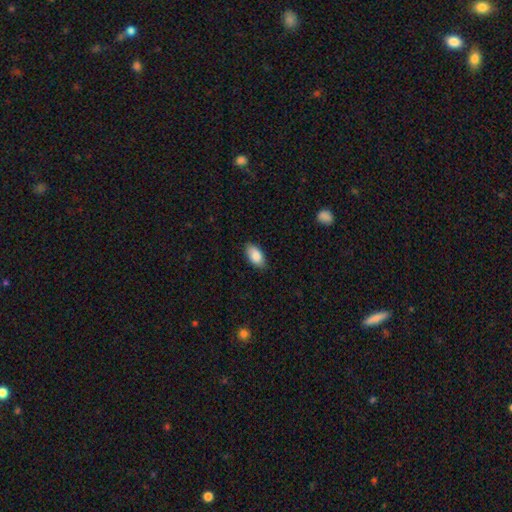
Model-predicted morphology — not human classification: The model was most divided on "merging": none: 84%, minor disturbance: 13%, major disturbance: 2%, merger: 1%. More confident: how rounded — in between (94%); smooth or featured — smooth (87%).